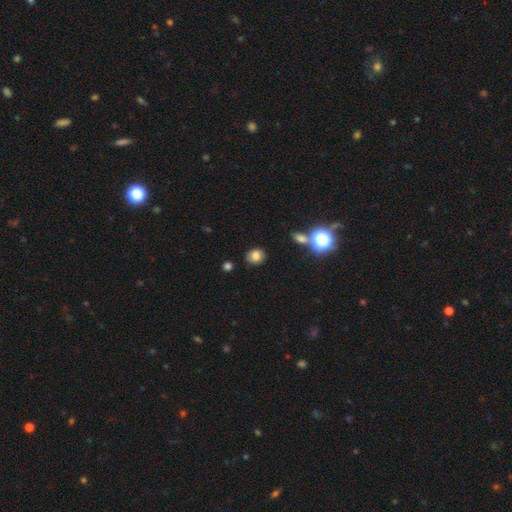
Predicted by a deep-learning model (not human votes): Smooth or featured: smooth — 79% (star or artifact — 13%)
How rounded: round — 68% (in between — 31%)
Merging: none — 82% (minor disturbance — 12%)